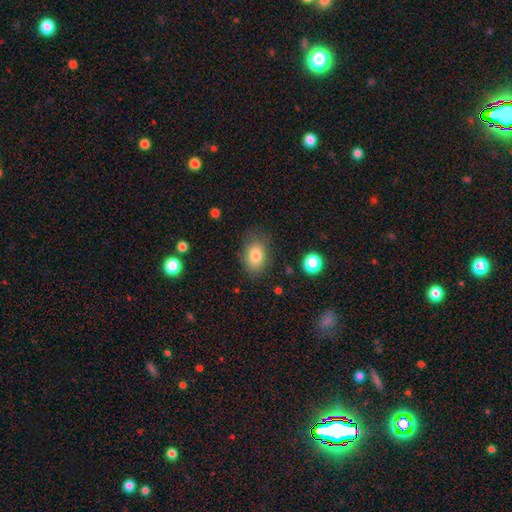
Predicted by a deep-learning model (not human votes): This appears to be a smooth galaxy with no disk features (81%) that is in between round and cigar-shaped (81%). Merging: none (76%).